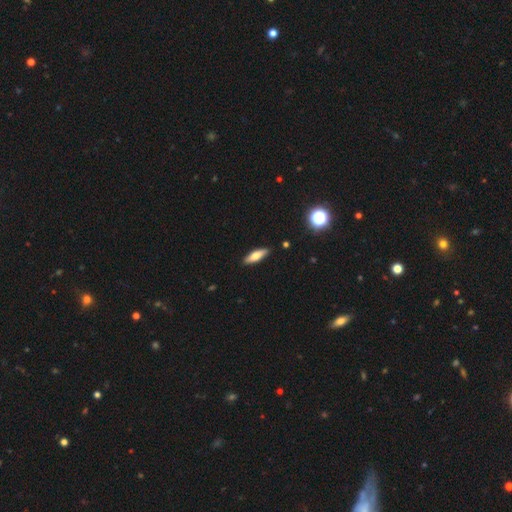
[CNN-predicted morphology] Smooth or featured: smooth — 63% (featured or disk — 30%)
How rounded: cigar-shaped — 57% (in between — 41%)
Merging: none — 89% (minor disturbance — 8%)